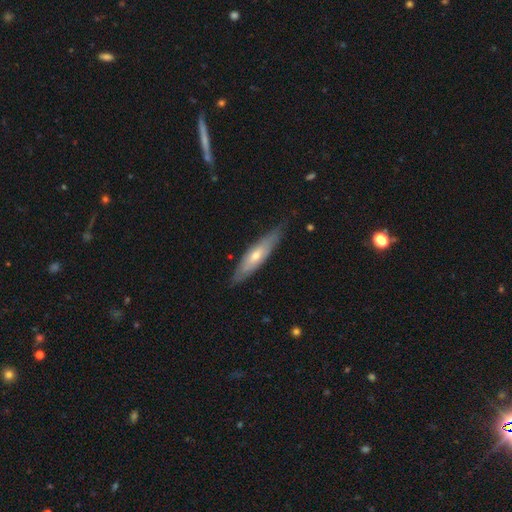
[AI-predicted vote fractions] Smooth or featured? Predicted: featured or disk (p=0.51). Edge-on disk? Predicted: yes (p=0.65). Merging? Predicted: none (p=0.79).